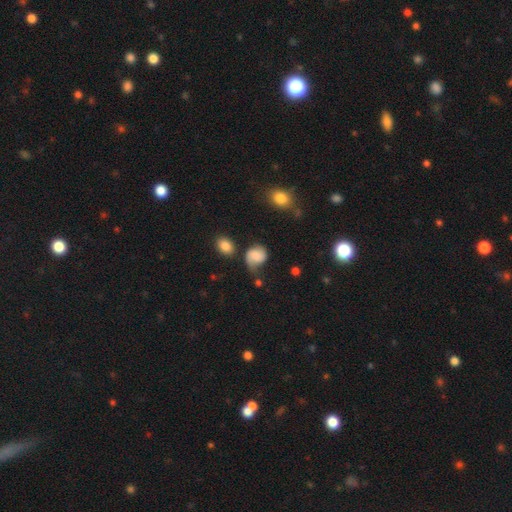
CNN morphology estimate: Overall: smooth (50%; featured or disk 41%). Merging: none (45%; minor disturbance 30%).